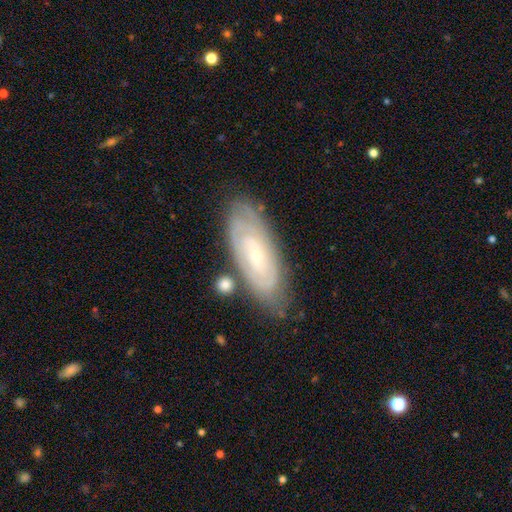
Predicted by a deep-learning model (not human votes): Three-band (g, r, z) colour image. It shows a featured or disk galaxy (74%) with no bar (60%), tight (78%) spiral arms (89%) and a small central bulge (77%). Merging: none (75%).